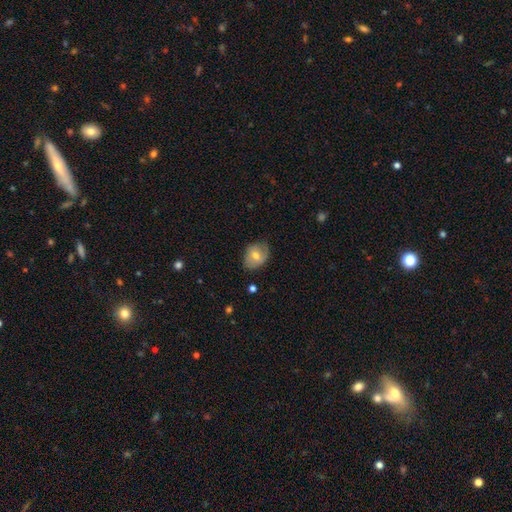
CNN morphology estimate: smooth-or-featured: smooth: 65% | featured or disk: 28% | star or artifact: 8%
  how-rounded: in between: 61% | round: 38% | cigar-shaped: 1%
  merging: none: 71% | minor disturbance: 23% | major disturbance: 4% | merger: 1%